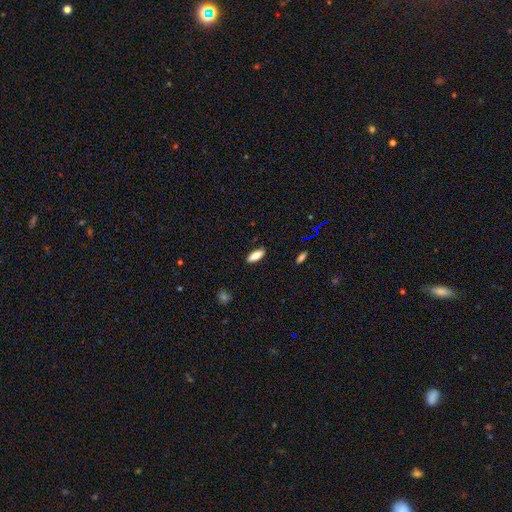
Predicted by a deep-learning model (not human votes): Smooth or featured? smooth (81%)
How rounded? in between (69%)
Merging? none (84%)